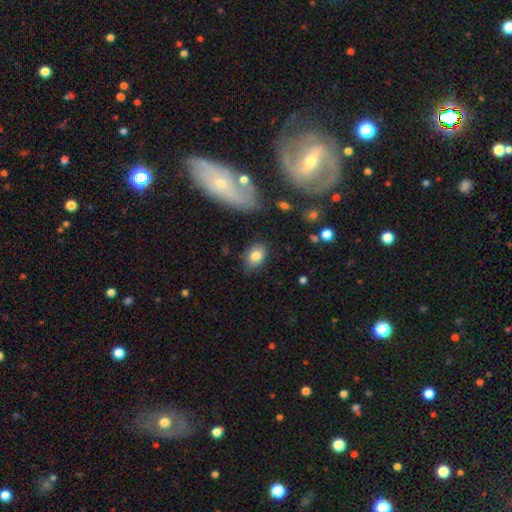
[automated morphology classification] type=smooth (80%); roundness=in between (81%); merging=none (82%).